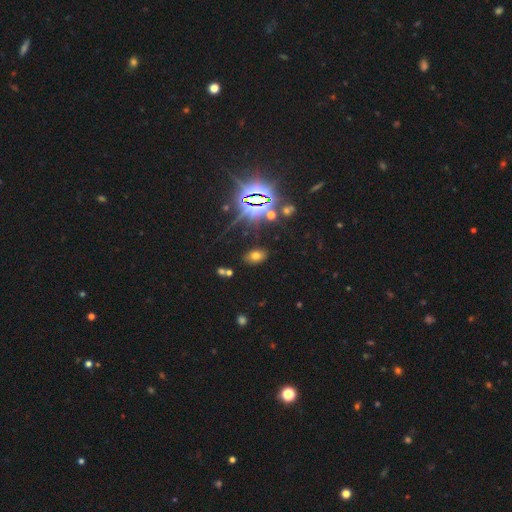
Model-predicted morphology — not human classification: smooth_or_featured: smooth (p=0.56) [alt: star or artifact p=0.33]
how_rounded: in between (p=0.86) [alt: round p=0.12]
merging: none (p=0.83) [alt: minor disturbance p=0.10]